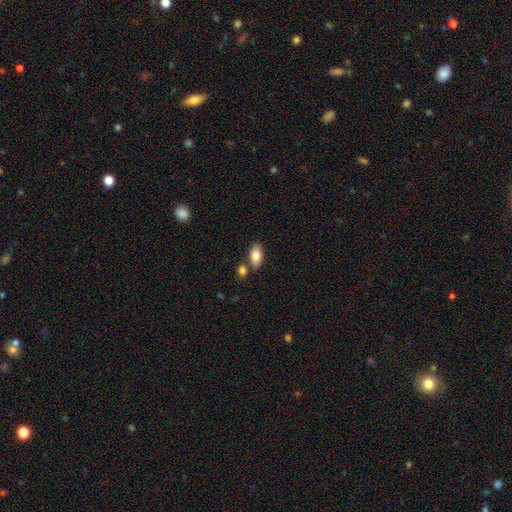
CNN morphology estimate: smooth_or_featured: smooth (p=0.81) [alt: featured or disk p=0.12]
how_rounded: in between (p=0.90) [alt: cigar-shaped p=0.06]
merging: none (p=0.73) [alt: merger p=0.13]